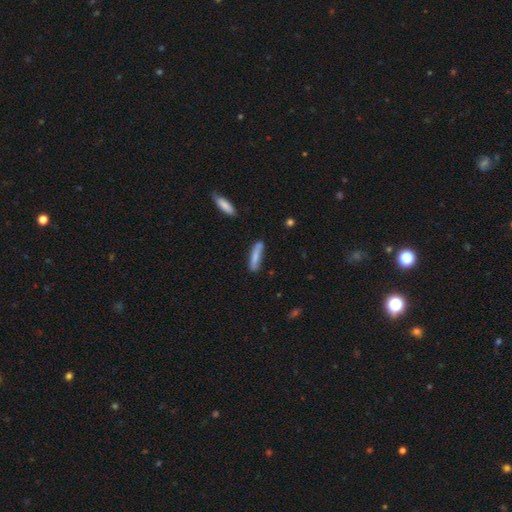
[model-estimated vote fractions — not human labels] A smooth galaxy with no disk features (74%) that is cigar-shaped (84%). Merging: none (70%).